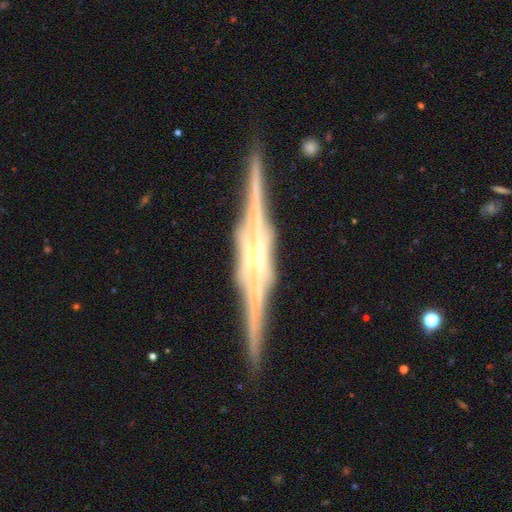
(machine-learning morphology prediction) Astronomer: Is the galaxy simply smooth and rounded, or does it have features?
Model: featured or disk — 91%.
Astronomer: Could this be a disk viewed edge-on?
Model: yes — 98%.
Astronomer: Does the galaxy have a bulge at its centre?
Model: boxy — 58% (runner-up: rounded, 34%).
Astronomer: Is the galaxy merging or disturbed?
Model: none — 89%.